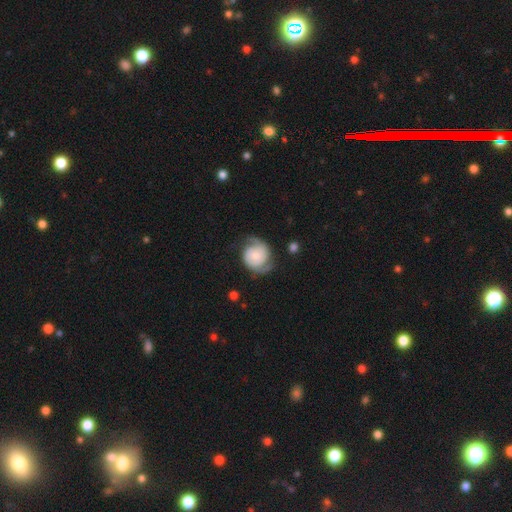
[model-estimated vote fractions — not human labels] This is likely a featured or disk galaxy (67%). It is clearly not viewed edge-on (98%). Bar: likely no (74%). Spiral arm pattern: clearly yes (92%). Spiral arm count: clearly 2 (84%). Spiral winding: marginally medium (40%). Central bulge: possibly small (49%). Merging: likely none (63%).